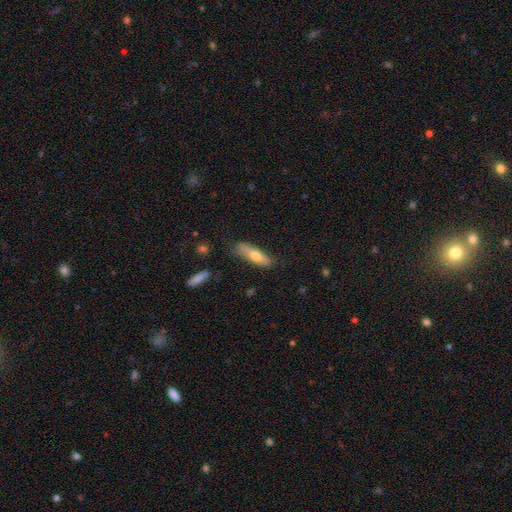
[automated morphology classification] smooth-or-featured: smooth: 66% | featured or disk: 28% | star or artifact: 6%
  how-rounded: cigar-shaped: 53% | in between: 45% | round: 2%
  merging: none: 71% | minor disturbance: 22% | major disturbance: 5% | merger: 2%